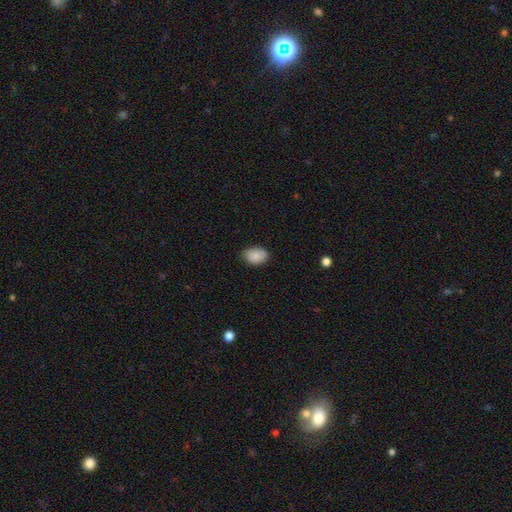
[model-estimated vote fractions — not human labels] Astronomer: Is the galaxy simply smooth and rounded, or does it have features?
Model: smooth — 82%.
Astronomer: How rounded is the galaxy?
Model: in between — 81%.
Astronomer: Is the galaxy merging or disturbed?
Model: none — 75%.